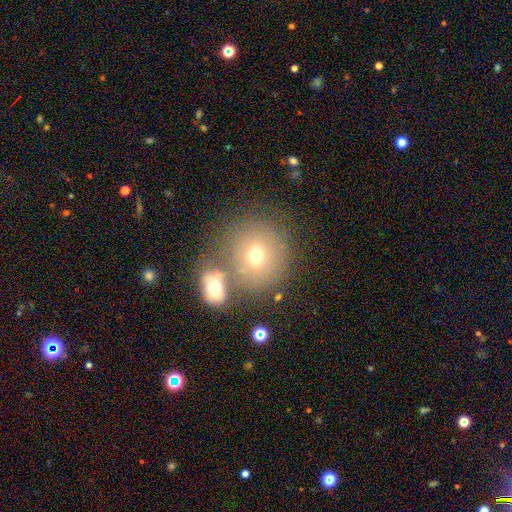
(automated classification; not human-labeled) This appears to be a smooth galaxy with no disk features (68%) that is round (88%). Merging: none (56%).